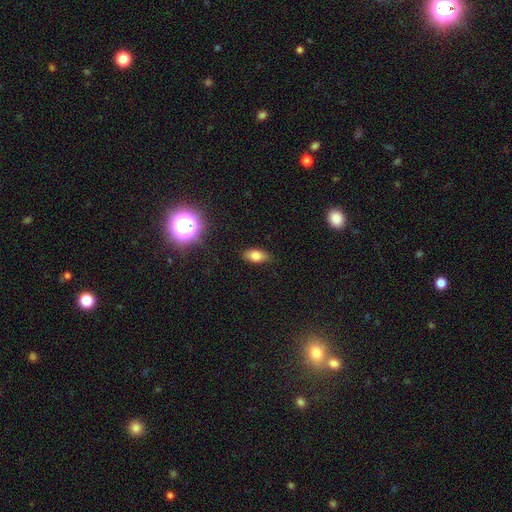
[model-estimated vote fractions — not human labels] smooth-or-featured: smooth: 76% | star or artifact: 12% | featured or disk: 12%
  how-rounded: in between: 87% | cigar-shaped: 7% | round: 6%
  merging: none: 83% | minor disturbance: 13% | major disturbance: 3% | merger: 1%